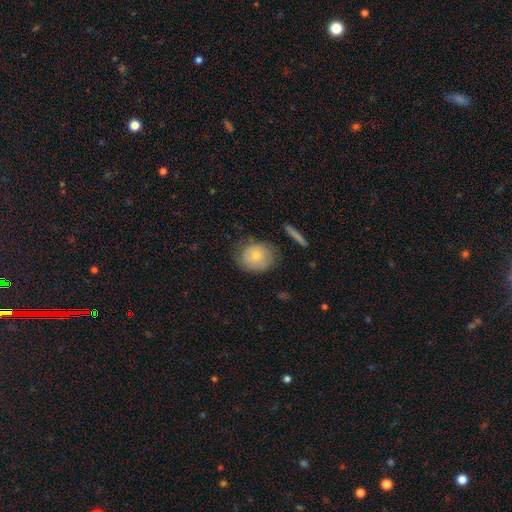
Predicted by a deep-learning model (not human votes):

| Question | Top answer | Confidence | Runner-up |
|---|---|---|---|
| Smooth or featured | smooth | 71% | featured or disk (21%) |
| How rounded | round | 69% | in between (30%) |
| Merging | none | 70% | minor disturbance (21%) |